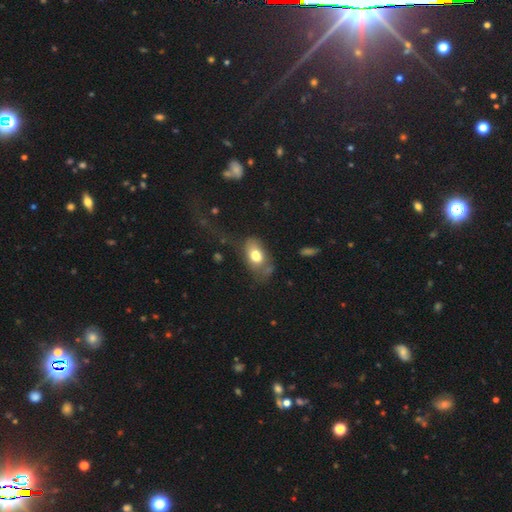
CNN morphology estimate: A smooth galaxy with no disk features (71%) that is in between round and cigar-shaped (87%).

Vote fractions:
- Smooth or featured? smooth: 71% / featured or disk: 21% / star or artifact: 8%
- How rounded? in between: 87% / round: 11% / cigar-shaped: 2%
- Merging? none: 40% / major disturbance: 29% / minor disturbance: 26% / merger: 5%